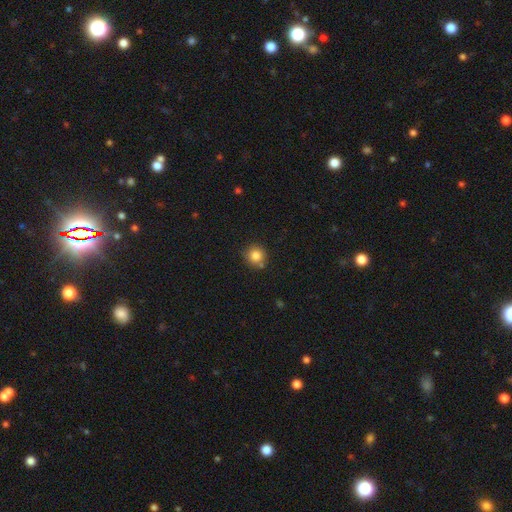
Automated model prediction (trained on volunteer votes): Smooth or featured? Predicted: smooth (p=0.83). How rounded? Predicted: round (p=0.92). Merging? Predicted: none (p=0.78).